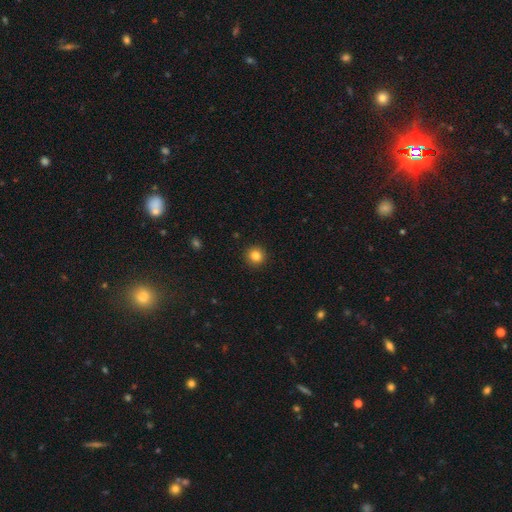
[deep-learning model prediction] The model was most divided on "smooth or featured": smooth: 83%, star or artifact: 11%, featured or disk: 5%. More confident: how rounded — round (94%); merging — none (93%).